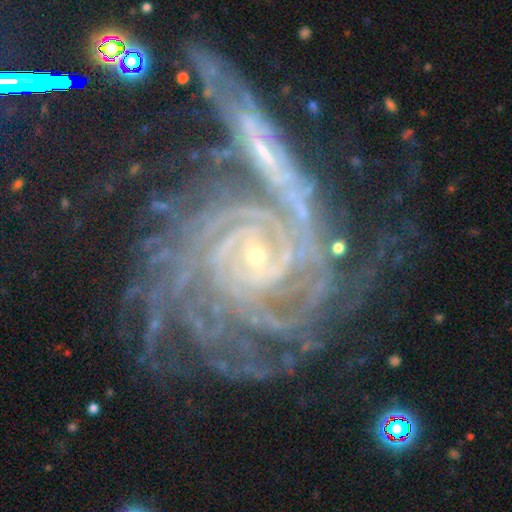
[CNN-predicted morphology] type=featured or disk (88%); edge-on=no (96%); bar=no (58%); spiral arms=yes (98%); winding=tight (77%); arm count=more than 4 (22%); bulge=small (85%); merging=none (46%).